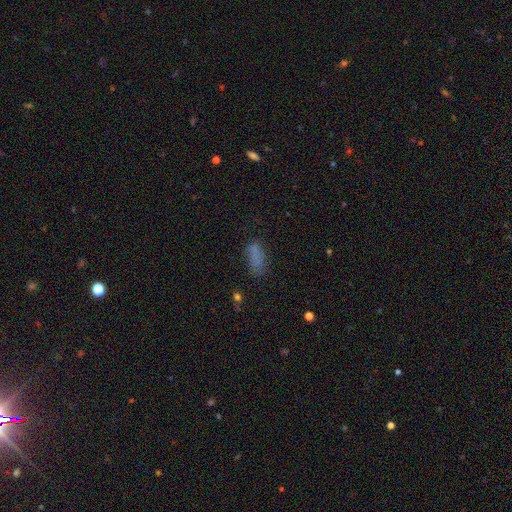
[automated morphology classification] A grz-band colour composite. It shows a smooth galaxy with no disk features (75%) that is in between round and cigar-shaped (79%). Merging: none (56%).